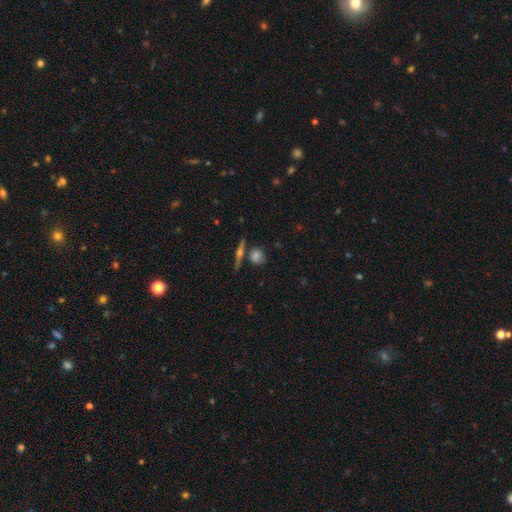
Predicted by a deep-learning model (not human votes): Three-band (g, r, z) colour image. It shows a smooth galaxy with no disk features (72%) that is round (72%). Merging: none (73%).